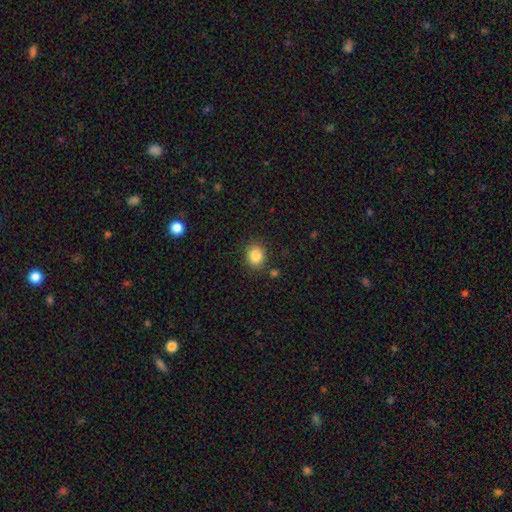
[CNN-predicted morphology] smooth_or_featured: smooth (p=0.84) [alt: star or artifact p=0.10]
how_rounded: round (p=0.63) [alt: in between p=0.37]
merging: none (p=0.85) [alt: minor disturbance p=0.10]